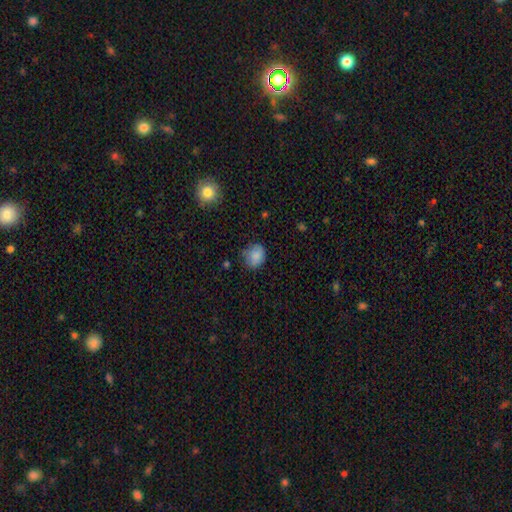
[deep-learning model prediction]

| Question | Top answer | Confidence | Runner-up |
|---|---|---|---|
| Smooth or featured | smooth | 84% | star or artifact (9%) |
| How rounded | round | 56% | in between (43%) |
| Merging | none | 67% | minor disturbance (25%) |